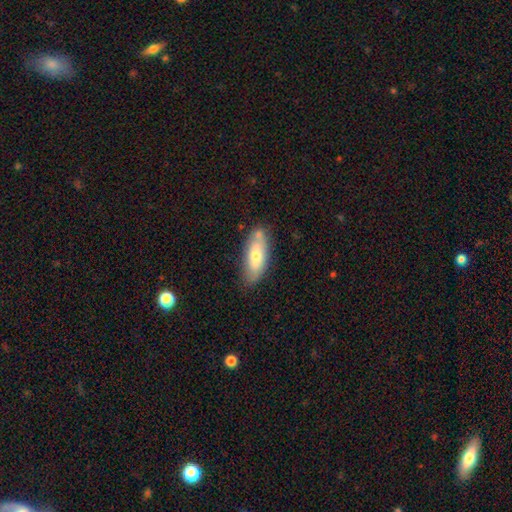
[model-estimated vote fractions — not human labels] This appears to be a smooth galaxy with no disk features (64%) that is in between round and cigar-shaped (75%). Merging: none (71%).